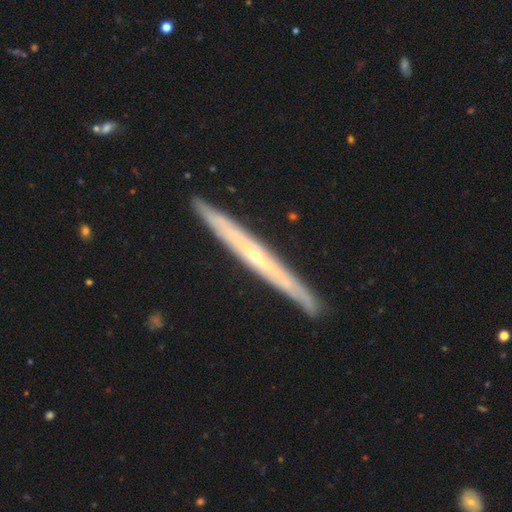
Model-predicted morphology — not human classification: This is likely a featured or disk galaxy (76%). It is clearly viewed edge-on (93%). Edge-on bulge: possibly rounded (53%). Merging: clearly none (90%).